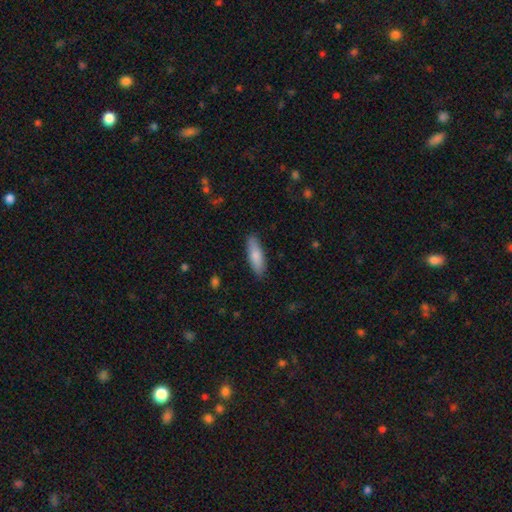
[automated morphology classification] smooth 81%, featured or disk 14%, star or artifact 6%. Down the decision tree: how rounded — cigar-shaped (51%); merging — none (87%).